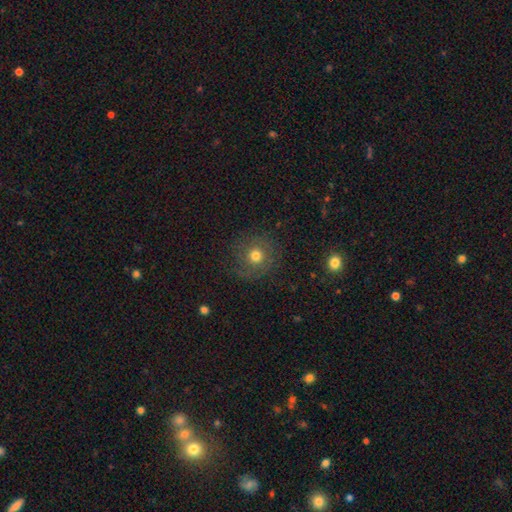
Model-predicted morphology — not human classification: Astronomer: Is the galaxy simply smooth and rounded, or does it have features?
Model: smooth — 57%.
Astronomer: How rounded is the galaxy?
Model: round — 91%.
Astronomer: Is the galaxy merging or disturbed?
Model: none — 79%.